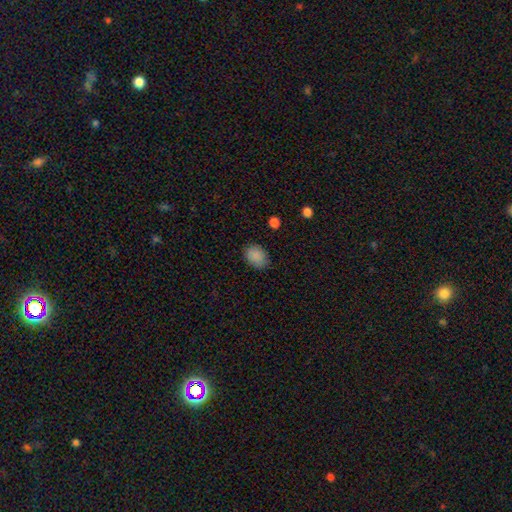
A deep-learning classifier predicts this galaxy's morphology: A smooth galaxy with no disk features (87%) that is in between round and cigar-shaped (58%). Merging: none (80%).